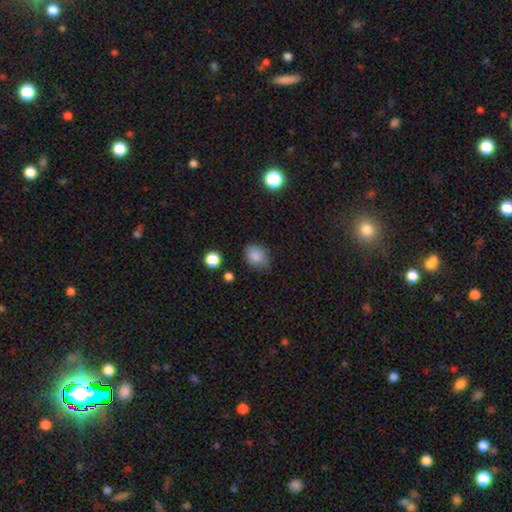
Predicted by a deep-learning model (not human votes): smooth 84%, star or artifact 10%, featured or disk 5%. Down the decision tree: how rounded — round (51%); merging — none (71%).